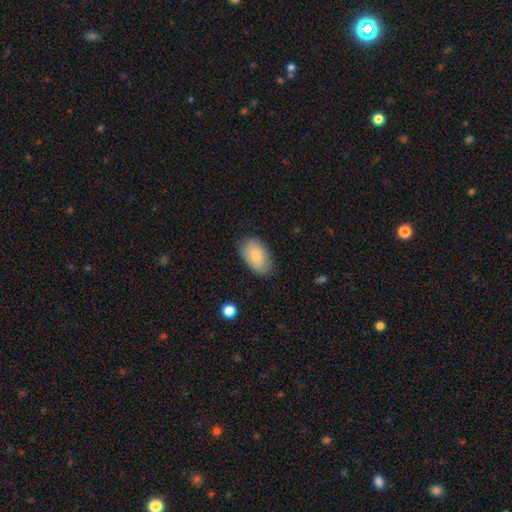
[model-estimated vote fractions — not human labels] This appears to be a smooth galaxy with no disk features (81%) that is in between round and cigar-shaped (93%). Merging: none (80%).